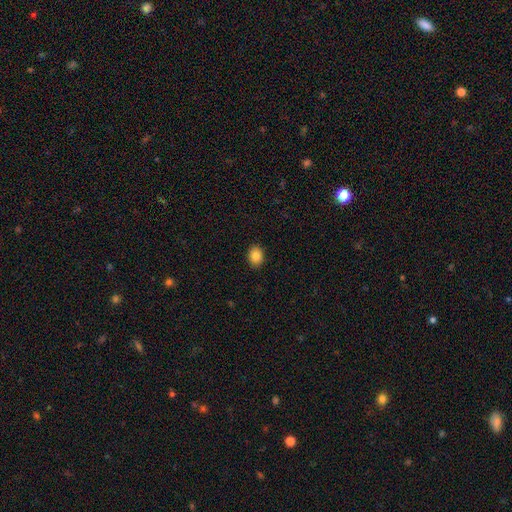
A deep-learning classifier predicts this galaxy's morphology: The model was most divided on "how rounded": in between: 58%, round: 41%, cigar-shaped: 1%. More confident: merging — none (90%); smooth or featured — smooth (86%).